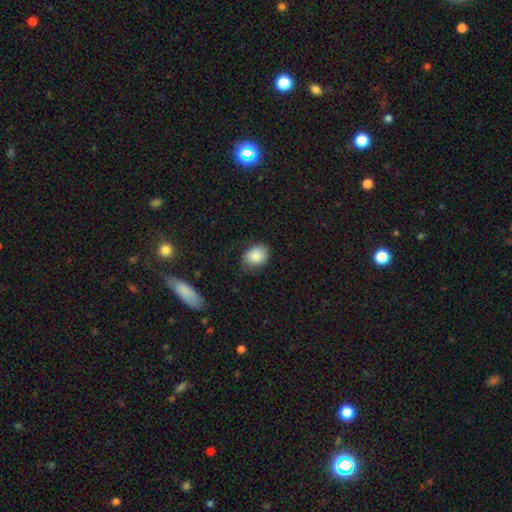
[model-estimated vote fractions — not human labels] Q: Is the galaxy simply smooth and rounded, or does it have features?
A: smooth — 86%.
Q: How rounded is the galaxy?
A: in between — 60%.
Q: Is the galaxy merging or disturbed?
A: none — 67%.